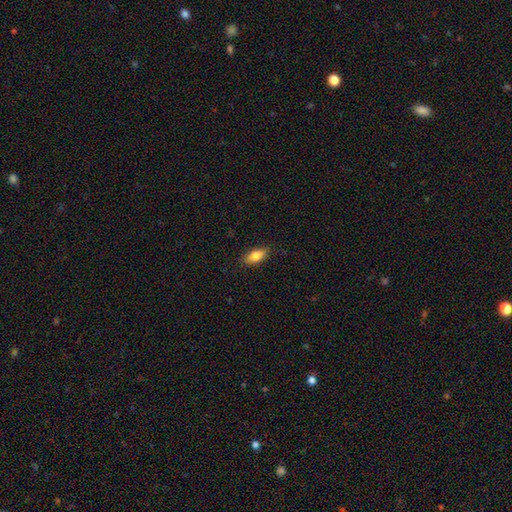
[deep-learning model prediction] A smooth galaxy with no disk features (79%) that is in between round and cigar-shaped (83%). Merging: none (86%).